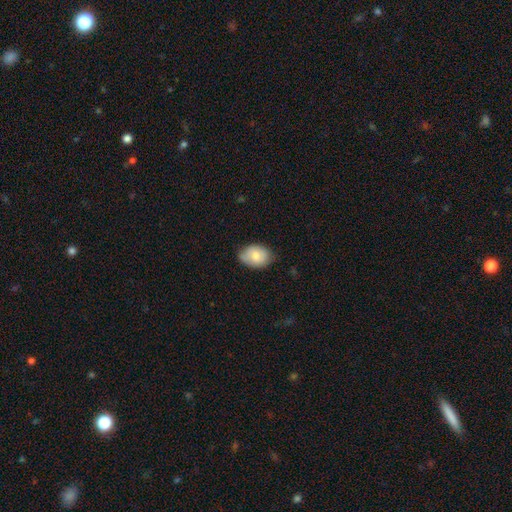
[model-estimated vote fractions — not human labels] The model was most divided on "merging": none: 68%, minor disturbance: 27%, major disturbance: 4%, merger: 1%. More confident: how rounded — in between (80%); smooth or featured — smooth (77%).